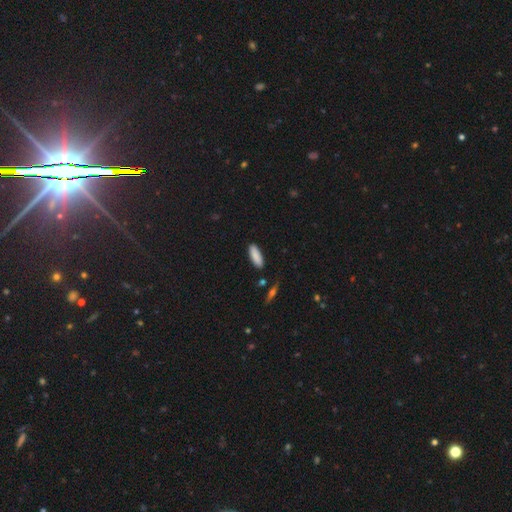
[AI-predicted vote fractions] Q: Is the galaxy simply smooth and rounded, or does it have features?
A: smooth — 88%.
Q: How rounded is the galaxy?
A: in between — 61%.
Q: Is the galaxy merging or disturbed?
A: none — 87%.